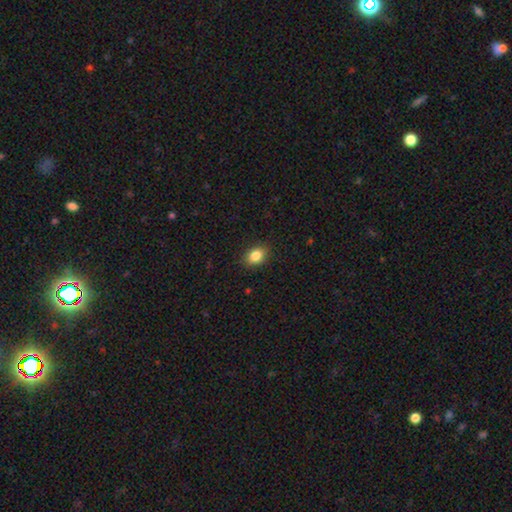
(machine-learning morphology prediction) Smooth or featured? smooth (85%)
How rounded? in between (73%)
Merging? none (88%)